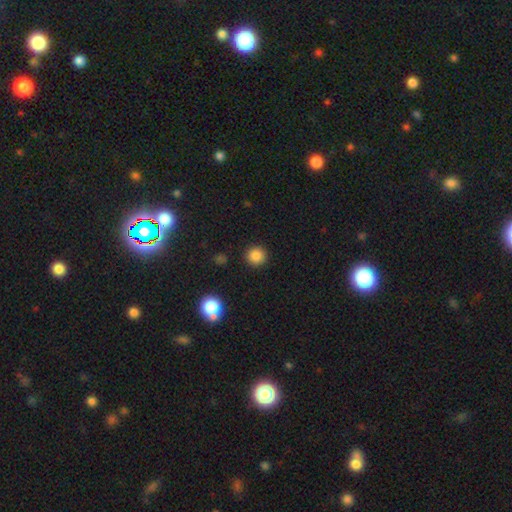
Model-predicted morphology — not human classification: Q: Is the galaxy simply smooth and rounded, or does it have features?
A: smooth — 85%.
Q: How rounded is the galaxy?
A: round — 94%.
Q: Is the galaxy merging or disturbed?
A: none — 91%.